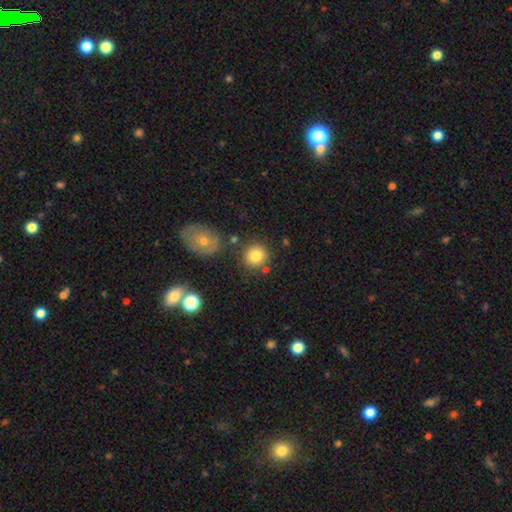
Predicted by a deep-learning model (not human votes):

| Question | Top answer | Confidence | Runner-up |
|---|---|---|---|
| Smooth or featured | smooth | 81% | star or artifact (10%) |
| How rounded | round | 89% | in between (10%) |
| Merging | none | 77% | minor disturbance (10%) |